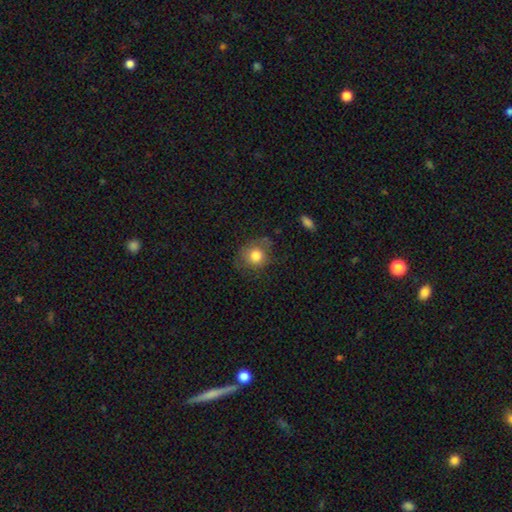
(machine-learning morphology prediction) A smooth galaxy with no disk features (79%) that is round (81%).

Vote fractions:
- Smooth or featured? smooth: 79% / featured or disk: 12% / star or artifact: 9%
- How rounded? round: 81% / in between: 18% / cigar-shaped: 1%
- Merging? none: 64% / minor disturbance: 24% / major disturbance: 11% / merger: 2%